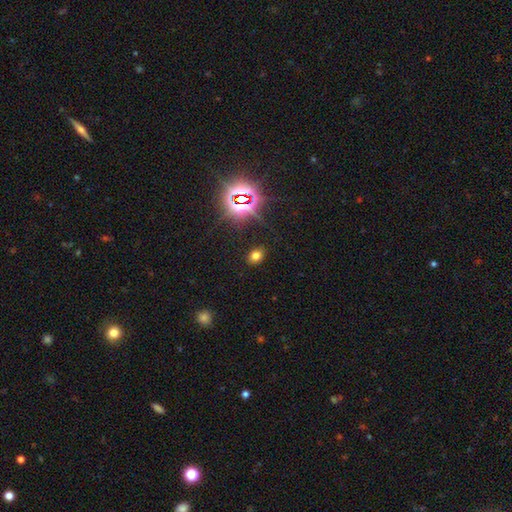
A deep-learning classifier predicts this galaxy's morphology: smooth-or-featured: smooth: 65% | star or artifact: 27% | featured or disk: 8%
  how-rounded: in between: 68% | round: 31% | cigar-shaped: 1%
  merging: none: 87% | minor disturbance: 9% | major disturbance: 3% | merger: 2%